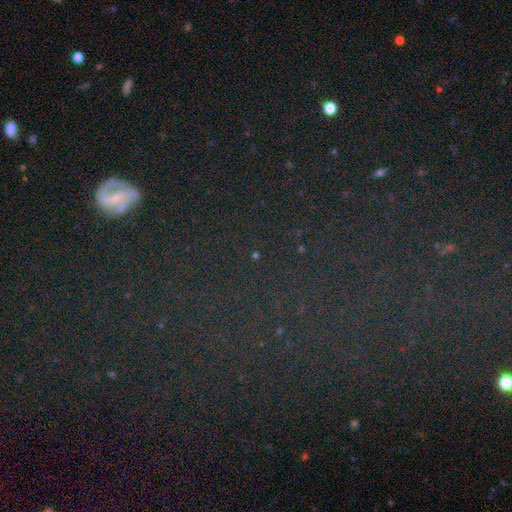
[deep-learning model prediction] This appears to be a star or artifact, not a galaxy (79%).